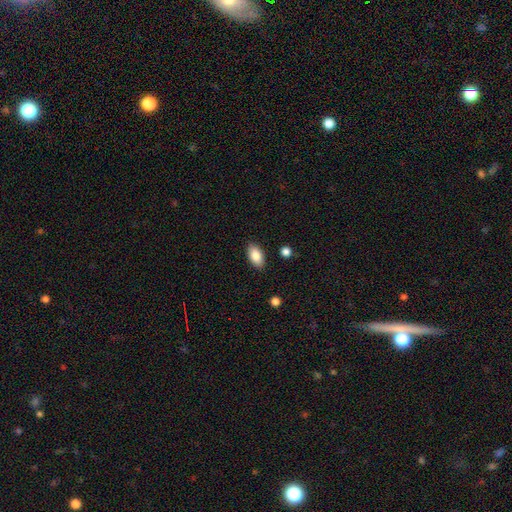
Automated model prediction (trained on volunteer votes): Q: Smooth or featured?
A: smooth (85%); runner-up: featured or disk (8%)
Q: How rounded?
A: in between (92%); runner-up: cigar-shaped (4%)
Q: Merging?
A: none (87%); runner-up: minor disturbance (9%)